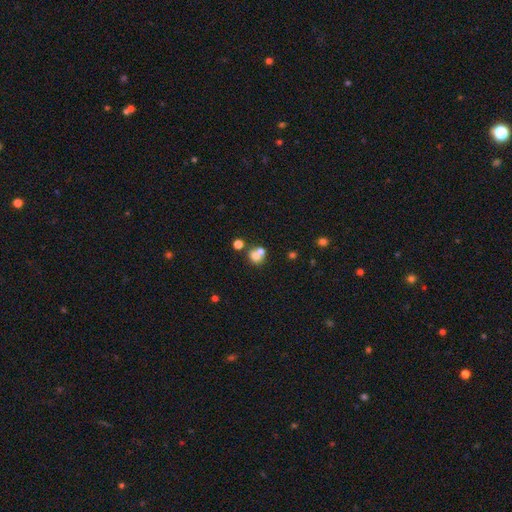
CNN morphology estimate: smooth-or-featured: smooth: 70% | featured or disk: 16% | star or artifact: 14%
  how-rounded: round: 77% | in between: 22% | cigar-shaped: 1%
  merging: merger: 50% | none: 39% | minor disturbance: 7% | major disturbance: 4%